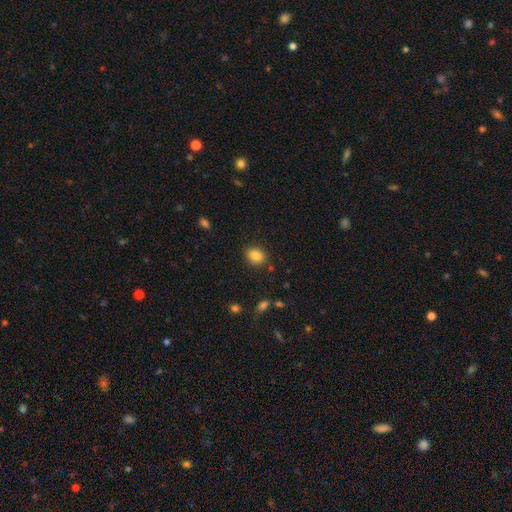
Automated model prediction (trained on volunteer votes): This appears to be a smooth galaxy with no disk features (85%) that is in between round and cigar-shaped (54%). Merging: none (84%).